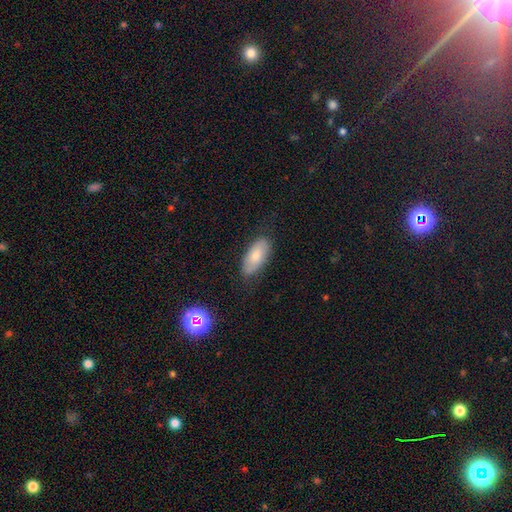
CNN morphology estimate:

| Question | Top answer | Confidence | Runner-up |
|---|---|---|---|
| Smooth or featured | smooth | 73% | featured or disk (20%) |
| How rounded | in between | 89% | cigar-shaped (9%) |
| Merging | none | 77% | minor disturbance (18%) |